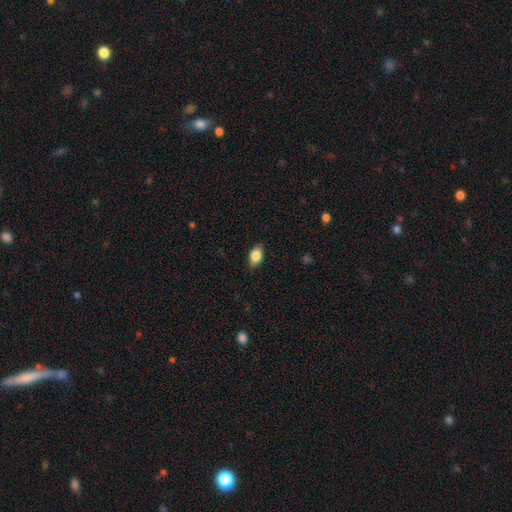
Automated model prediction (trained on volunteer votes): This appears to be a smooth galaxy with no disk features (82%) that is in between round and cigar-shaped (87%). Merging: none (85%).